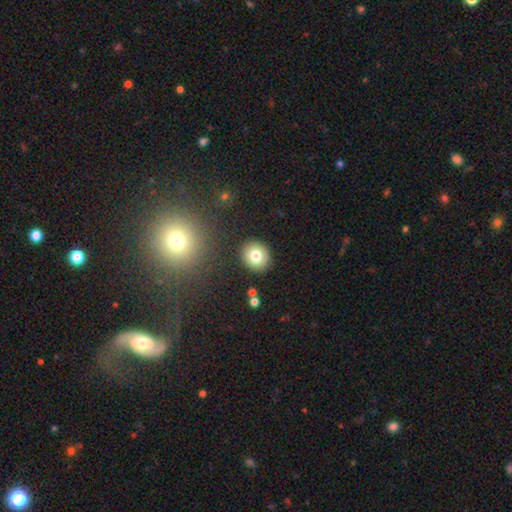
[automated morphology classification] Q: Smooth or featured?
A: smooth (78%); runner-up: featured or disk (12%)
Q: How rounded?
A: round (84%); runner-up: in between (15%)
Q: Merging?
A: none (90%); runner-up: minor disturbance (6%)